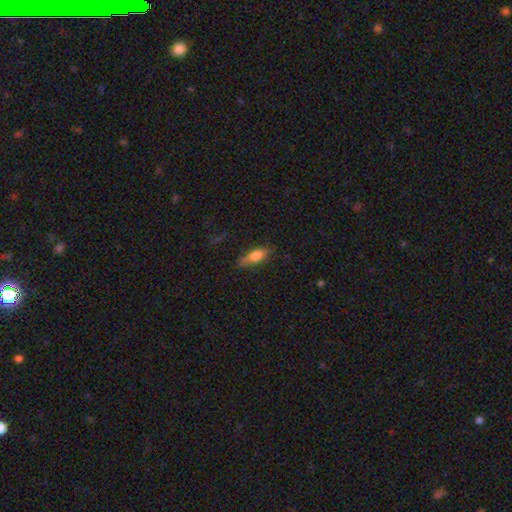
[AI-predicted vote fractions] smooth_or_featured: smooth (p=0.71) [alt: featured or disk p=0.21]
how_rounded: in between (p=0.62) [alt: cigar-shaped p=0.35]
merging: none (p=0.76) [alt: minor disturbance p=0.18]